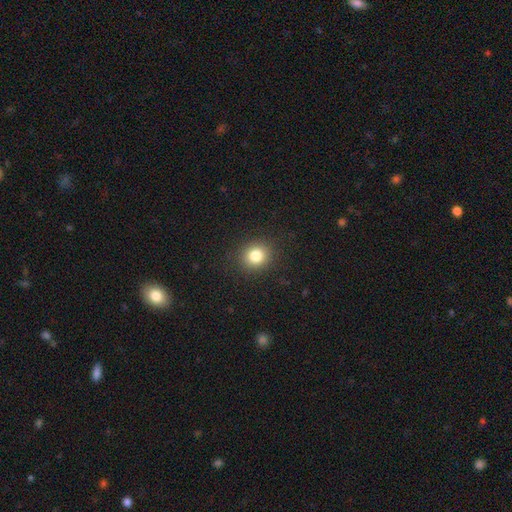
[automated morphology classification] Q: Smooth or featured?
A: smooth (82%); runner-up: star or artifact (12%)
Q: How rounded?
A: round (80%); runner-up: in between (19%)
Q: Merging?
A: none (90%); runner-up: minor disturbance (7%)